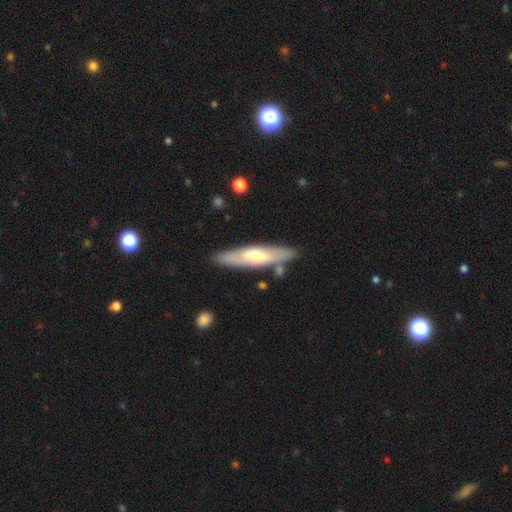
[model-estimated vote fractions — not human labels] A featured or disk galaxy (48%). Merging: none (84%).